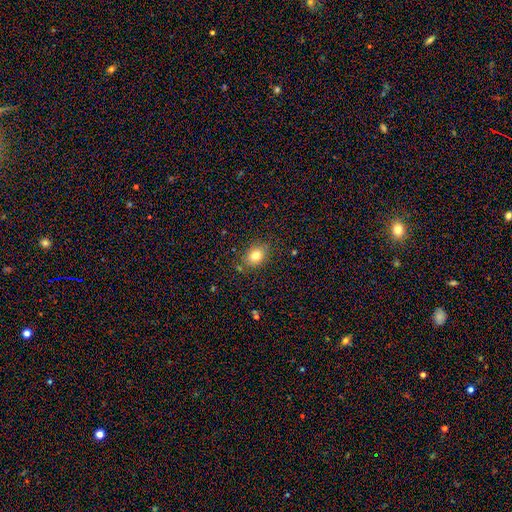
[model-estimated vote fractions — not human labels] A smooth galaxy with no disk features (79%) that is in between round and cigar-shaped (62%).

Vote fractions:
- Smooth or featured? smooth: 79% / star or artifact: 11% / featured or disk: 10%
- How rounded? in between: 62% / round: 37% / cigar-shaped: 1%
- Merging? none: 83% / minor disturbance: 11% / major disturbance: 3% / merger: 2%